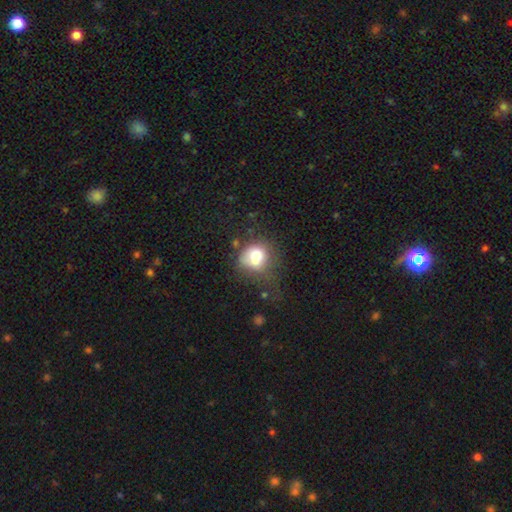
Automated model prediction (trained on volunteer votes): This appears to be a smooth galaxy with no disk features (68%) that is round (68%). Merging: none (33%).